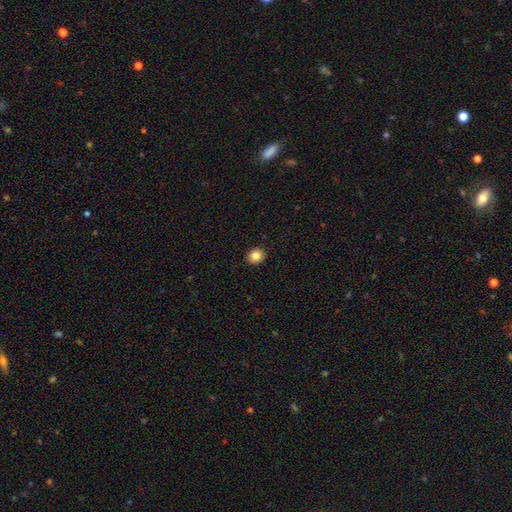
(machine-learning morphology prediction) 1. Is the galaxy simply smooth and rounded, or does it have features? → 84% smooth, 10% star or artifact, 6% featured or disk.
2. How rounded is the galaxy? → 76% round, 23% in between, 1% cigar-shaped.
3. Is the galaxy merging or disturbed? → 92% none, 5% minor disturbance, 1% major disturbance, 1% merger.